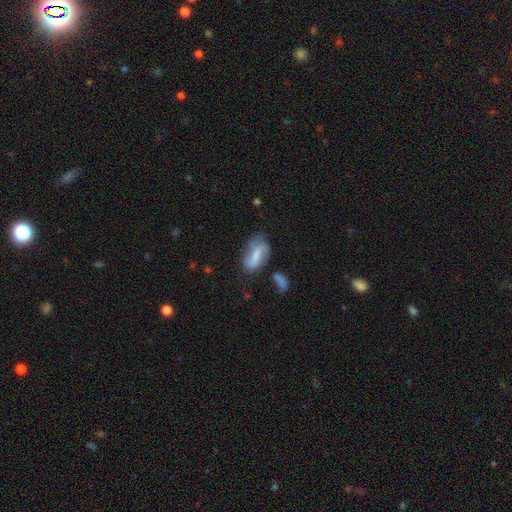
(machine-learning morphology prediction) This is possibly a smooth galaxy (46%, tied with featured or disk). Merging: possibly none (48%).